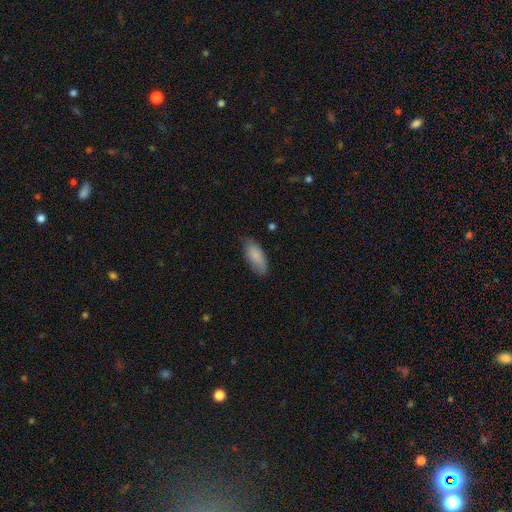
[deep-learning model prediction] Smooth or featured? Predicted: smooth (p=0.84). How rounded? Predicted: in between (p=0.79). Merging? Predicted: none (p=0.65).